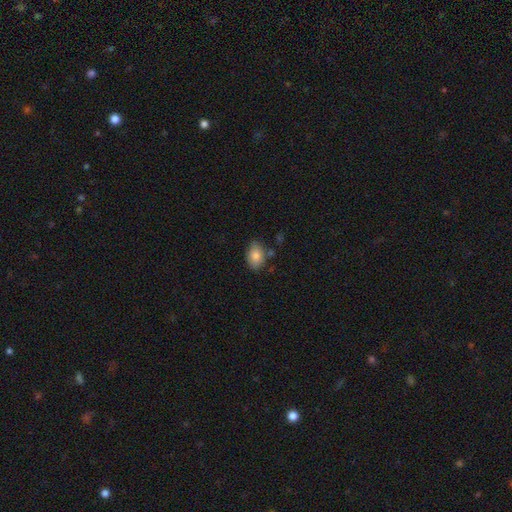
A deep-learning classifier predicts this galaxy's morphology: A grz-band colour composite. It shows a smooth galaxy with no disk features (83%) that is in between round and cigar-shaped (84%). Merging: none (74%).